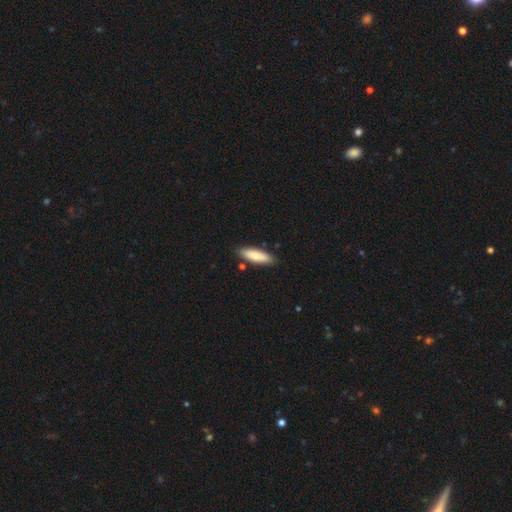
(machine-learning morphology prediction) Overall: smooth (82%). How rounded: cigar-shaped (53%; in between 46%). Merging: none (84%).